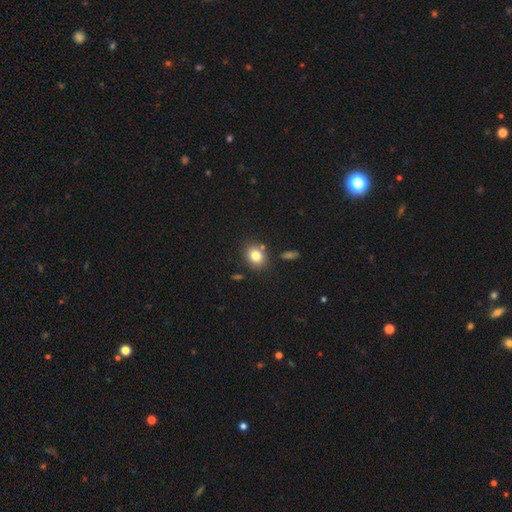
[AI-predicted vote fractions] Smooth or featured: smooth — 81% (star or artifact — 10%)
How rounded: in between — 50% (round — 49%)
Merging: none — 78% (minor disturbance — 11%)